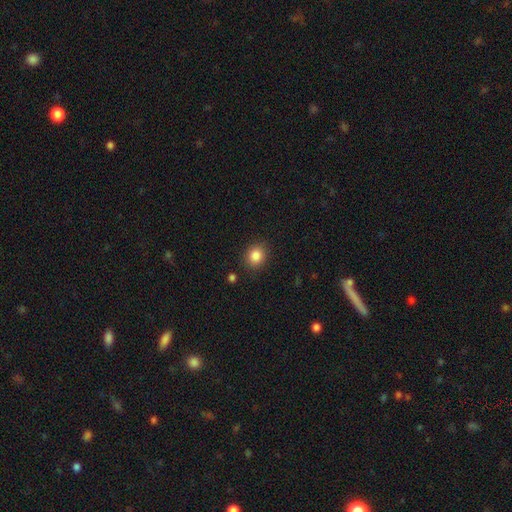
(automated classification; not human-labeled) The model was most divided on "how rounded": round: 72%, in between: 27%, cigar-shaped: 1%. More confident: merging — none (87%); smooth or featured — smooth (85%).